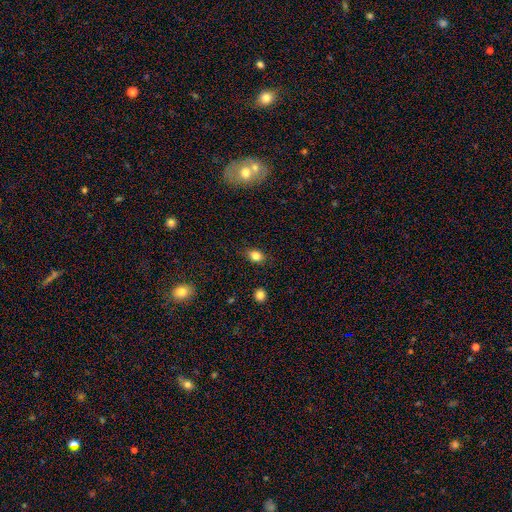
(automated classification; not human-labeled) This appears to be a smooth galaxy with no disk features (82%) that is in between round and cigar-shaped (63%). Merging: none (82%).